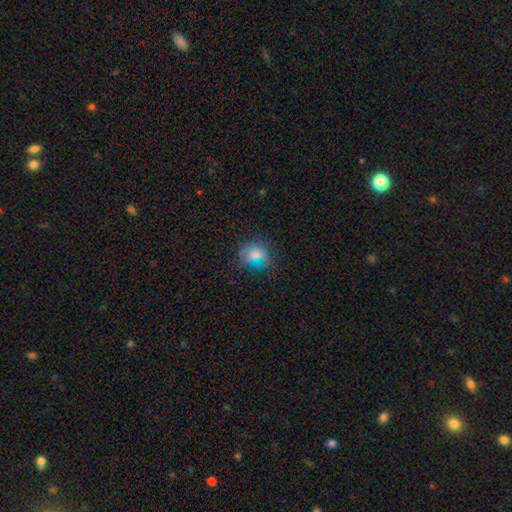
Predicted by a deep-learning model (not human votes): The model was most divided on "how rounded": round: 69%, in between: 30%, cigar-shaped: 1%. More confident: smooth or featured — smooth (72%); merging — none (71%).